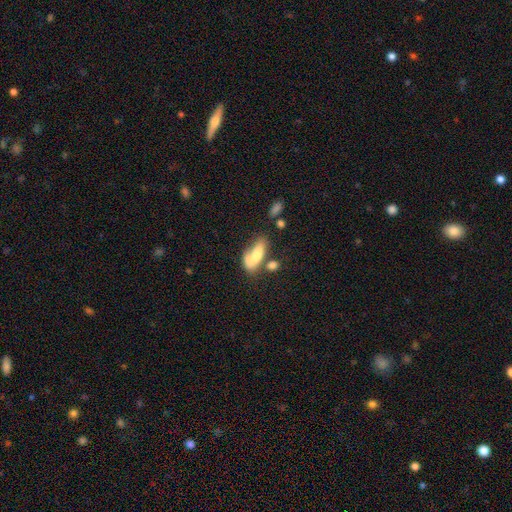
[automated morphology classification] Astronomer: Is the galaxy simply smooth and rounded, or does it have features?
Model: smooth — 62%.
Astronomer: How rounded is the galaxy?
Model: in between — 80%.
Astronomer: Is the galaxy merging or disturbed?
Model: none — 31%, tied with merger at 31%.